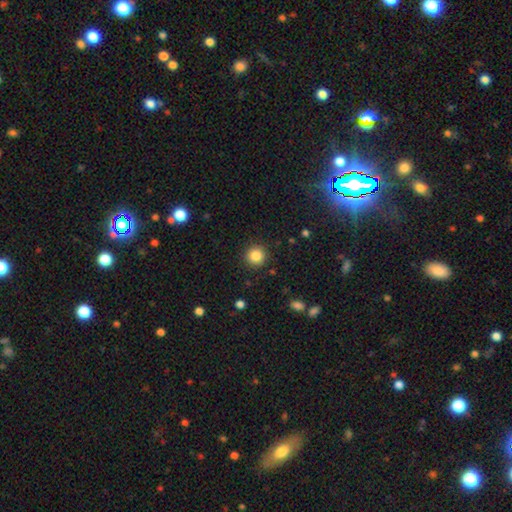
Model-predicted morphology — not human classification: type=smooth (85%); roundness=round (94%); merging=none (90%).